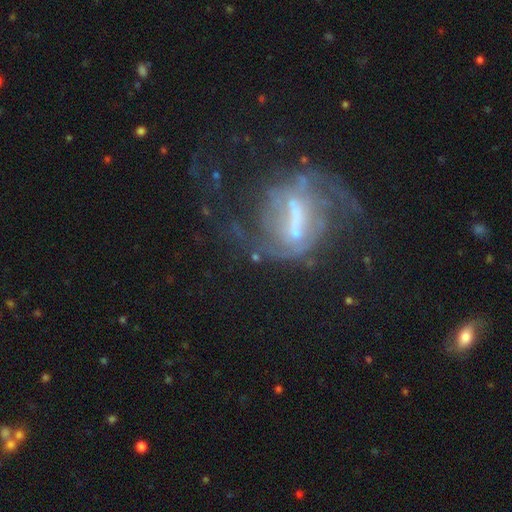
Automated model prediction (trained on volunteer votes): Q: Smooth or featured?
A: featured or disk (65%); runner-up: smooth (19%)
Q: Edge-on disk?
A: no (92%); runner-up: yes (8%)
Q: Bar?
A: strong (44%); runner-up: weak (29%)
Q: Spiral arms?
A: yes (57%); runner-up: no (43%)
Q: Bulge size?
A: moderate (32%); runner-up: small (28%)
Q: Merging?
A: none (44%); runner-up: major disturbance (29%)